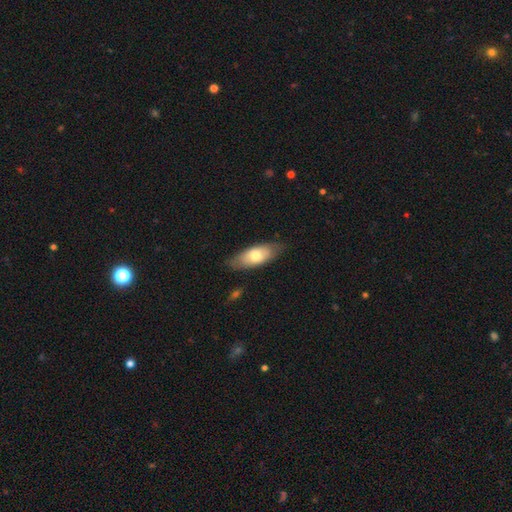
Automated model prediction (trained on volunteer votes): smooth-or-featured: smooth: 65% | featured or disk: 29% | star or artifact: 6%
  how-rounded: in between: 83% | cigar-shaped: 14% | round: 3%
  merging: none: 78% | minor disturbance: 17% | major disturbance: 3% | merger: 1%